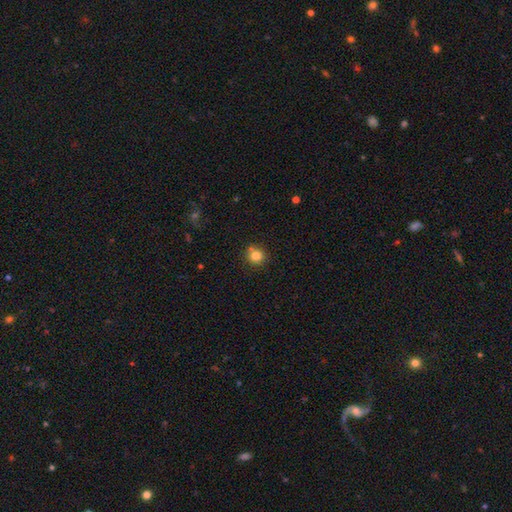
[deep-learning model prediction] Smooth or featured? Predicted: smooth (p=0.81). How rounded? Predicted: round (p=0.89). Merging? Predicted: none (p=0.77).